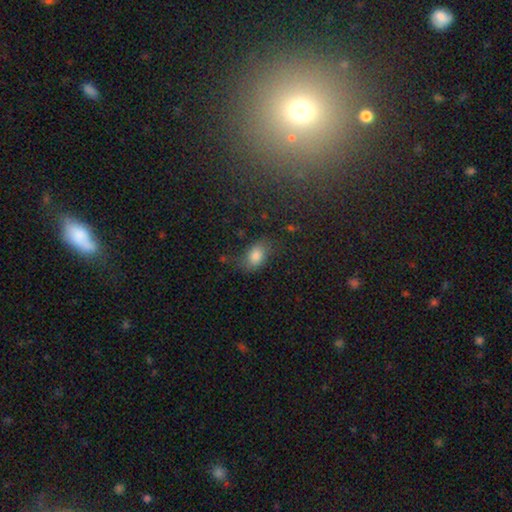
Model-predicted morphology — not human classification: Smooth or featured?
  - smooth: 77% *
  - featured or disk: 12%
  - star or artifact: 10%
How rounded?
  - in between: 86% *
  - round: 12%
  - cigar-shaped: 2%
Merging?
  - none: 60% *
  - minor disturbance: 25%
  - major disturbance: 11%
  - merger: 4%